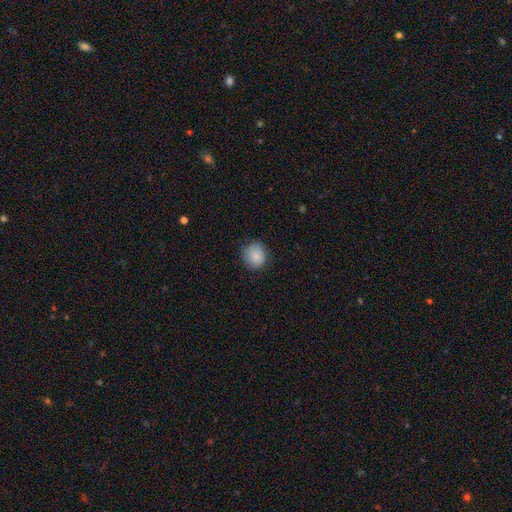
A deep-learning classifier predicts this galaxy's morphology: A smooth galaxy with no disk features (86%) that is round (86%). Merging: none (82%).